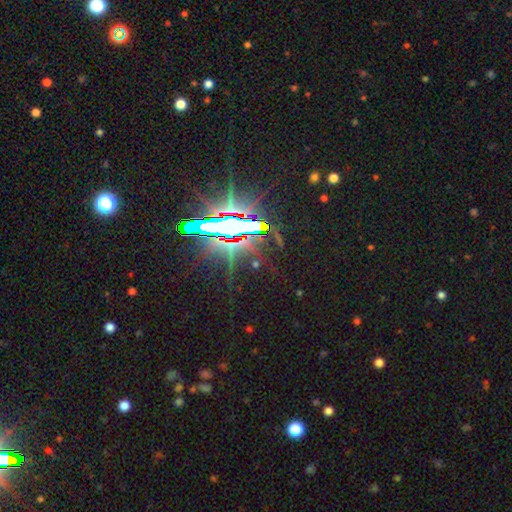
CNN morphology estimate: A star or artifact, not a galaxy (84%).